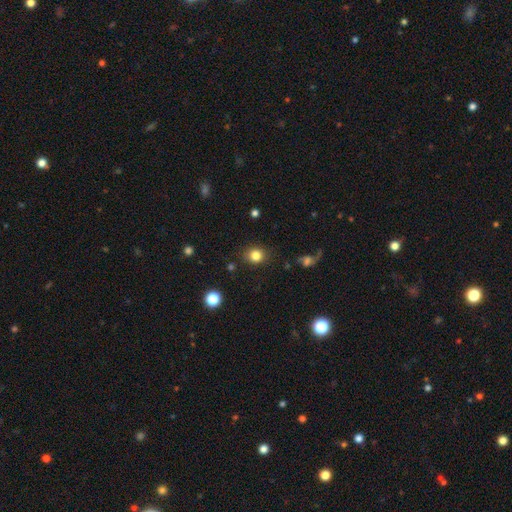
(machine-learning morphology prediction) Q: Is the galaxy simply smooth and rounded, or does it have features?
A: smooth — 83%.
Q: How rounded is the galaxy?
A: round — 77%.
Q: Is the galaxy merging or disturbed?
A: none — 85%.